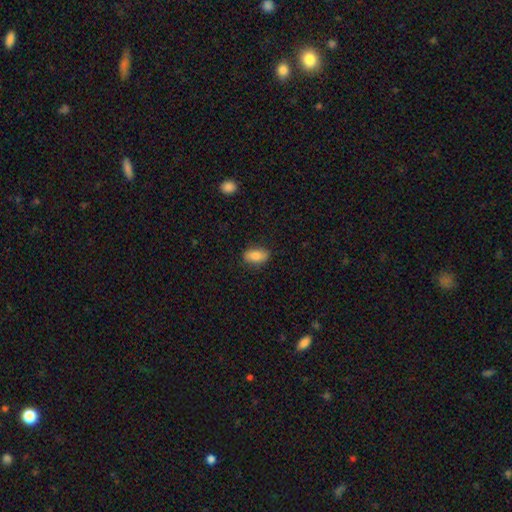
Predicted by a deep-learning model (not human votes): A smooth galaxy with no disk features (82%) that is in between round and cigar-shaped (91%).

Vote fractions:
- Smooth or featured? smooth: 82% / featured or disk: 10% / star or artifact: 7%
- How rounded? in between: 91% / round: 6% / cigar-shaped: 4%
- Merging? none: 85% / minor disturbance: 12% / major disturbance: 2% / merger: 1%